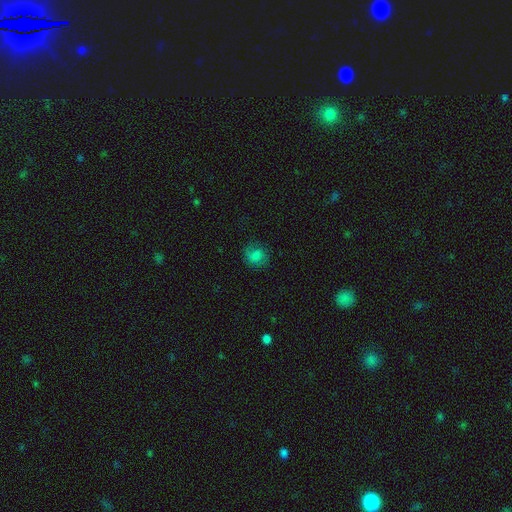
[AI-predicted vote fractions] A smooth galaxy with no disk features (69%) that is round (77%).

Vote fractions:
- Smooth or featured? smooth: 69% / featured or disk: 18% / star or artifact: 13%
- How rounded? round: 77% / in between: 22% / cigar-shaped: 1%
- Merging? none: 72% / minor disturbance: 19% / major disturbance: 8% / merger: 1%